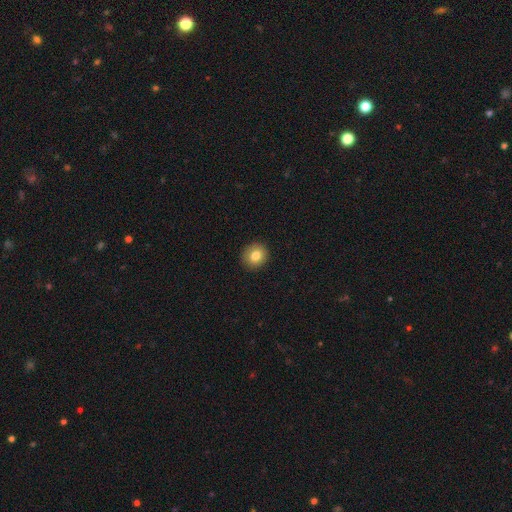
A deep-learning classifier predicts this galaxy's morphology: A smooth galaxy with no disk features (82%) that is round (85%). Merging: none (91%).